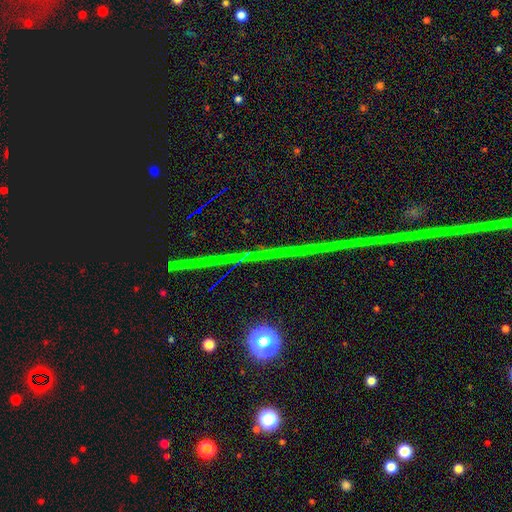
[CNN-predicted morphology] This appears to be a star or artifact, not a galaxy (81%).